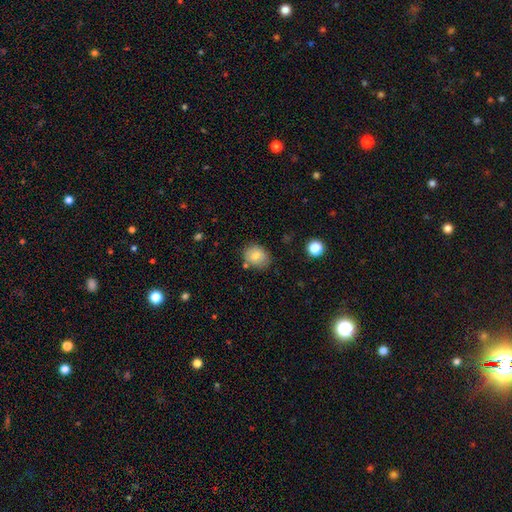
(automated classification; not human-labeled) smooth 76%, featured or disk 15%, star or artifact 9%. Down the decision tree: how rounded — round (58%); merging — none (74%).